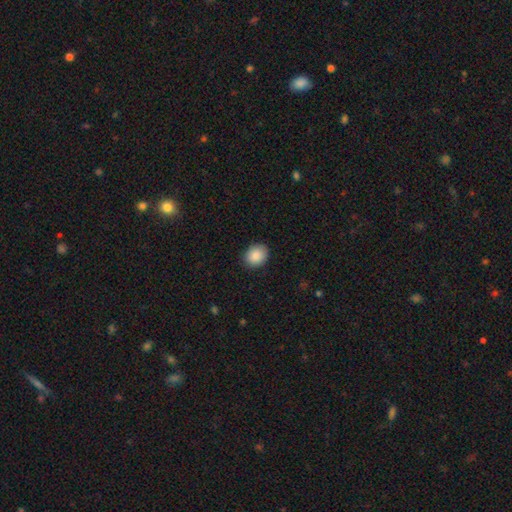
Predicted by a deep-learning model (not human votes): Smooth or featured: smooth — 88% (star or artifact — 8%)
How rounded: round — 52% (in between — 47%)
Merging: none — 88% (minor disturbance — 9%)